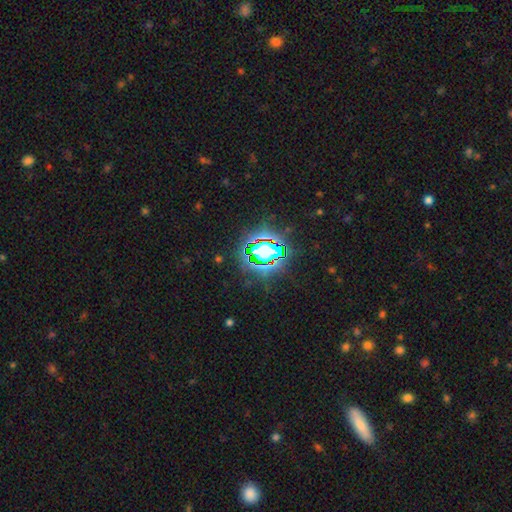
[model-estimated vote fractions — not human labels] Smooth or featured: star or artifact — 73% (smooth — 17%)